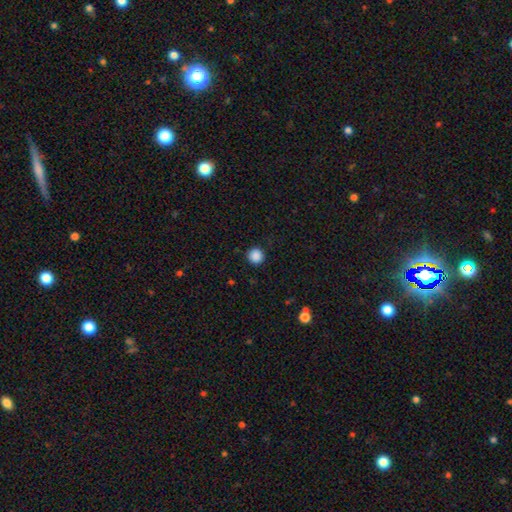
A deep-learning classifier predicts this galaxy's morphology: smooth-or-featured: smooth: 87% | star or artifact: 10% | featured or disk: 2%
  how-rounded: round: 94% | in between: 5% | cigar-shaped: 1%
  merging: none: 91% | minor disturbance: 6% | major disturbance: 2% | merger: 1%